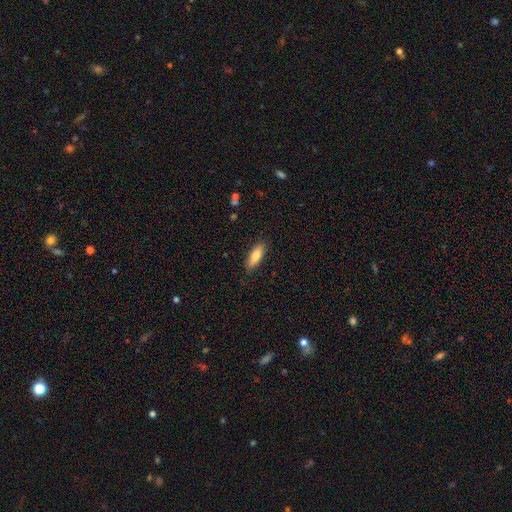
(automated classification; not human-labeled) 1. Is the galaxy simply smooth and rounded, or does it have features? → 79% smooth, 15% featured or disk, 6% star or artifact.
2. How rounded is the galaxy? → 56% in between, 42% cigar-shaped, 2% round.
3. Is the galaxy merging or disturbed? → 86% none, 11% minor disturbance, 2% major disturbance, 1% merger.